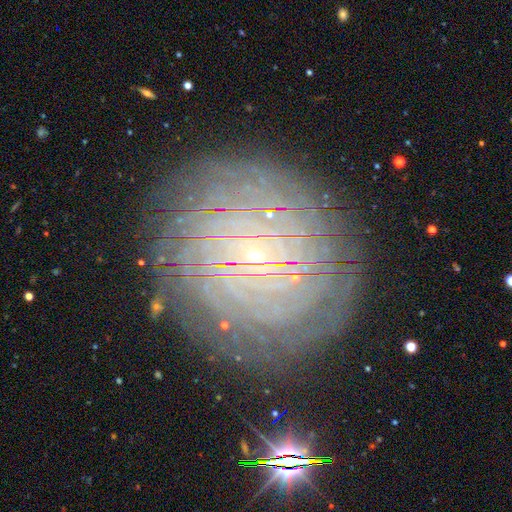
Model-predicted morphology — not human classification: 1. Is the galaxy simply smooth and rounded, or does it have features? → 72% featured or disk, 14% smooth, 14% star or artifact.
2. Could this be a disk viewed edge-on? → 95% no, 5% yes.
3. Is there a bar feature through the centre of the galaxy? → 51% no, 33% weak, 16% strong.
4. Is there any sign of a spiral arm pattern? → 91% yes, 9% no.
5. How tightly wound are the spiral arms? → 89% tight, 8% medium, 3% loose.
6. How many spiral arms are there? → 37% can't tell, 25% more than 4, 12% 4, 9% 3, 9% 2, 8% 1.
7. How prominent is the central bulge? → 77% small, 16% moderate, 2% none, 2% large, 1% dominant.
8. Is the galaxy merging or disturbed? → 84% none, 11% minor disturbance, 4% major disturbance, 2% merger.